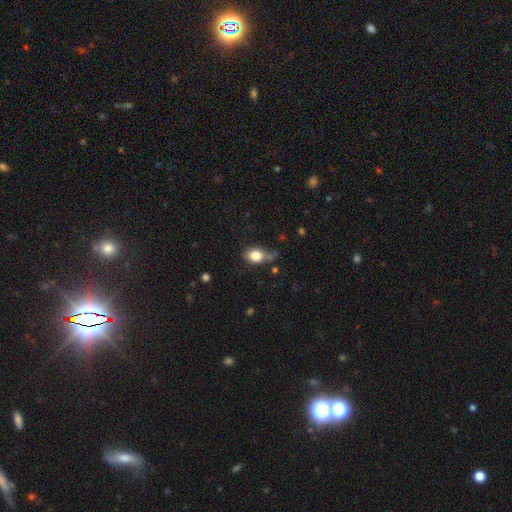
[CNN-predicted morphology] Smooth or featured: smooth — 82% (star or artifact — 9%)
How rounded: in between — 65% (round — 33%)
Merging: none — 62% (minor disturbance — 24%)